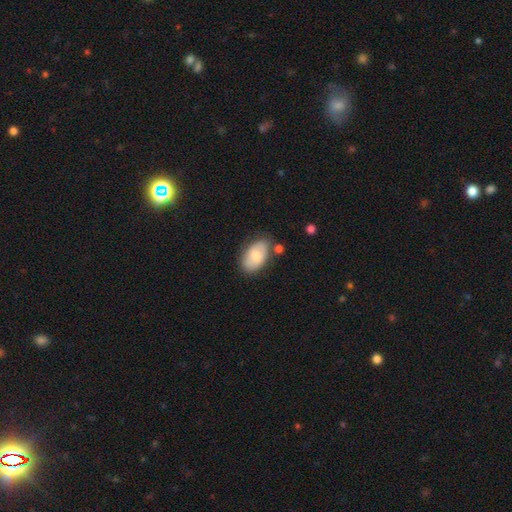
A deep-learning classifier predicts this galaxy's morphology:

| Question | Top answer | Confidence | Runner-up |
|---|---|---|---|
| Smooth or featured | smooth | 68% | featured or disk (26%) |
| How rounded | in between | 92% | round (6%) |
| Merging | none | 70% | minor disturbance (19%) |